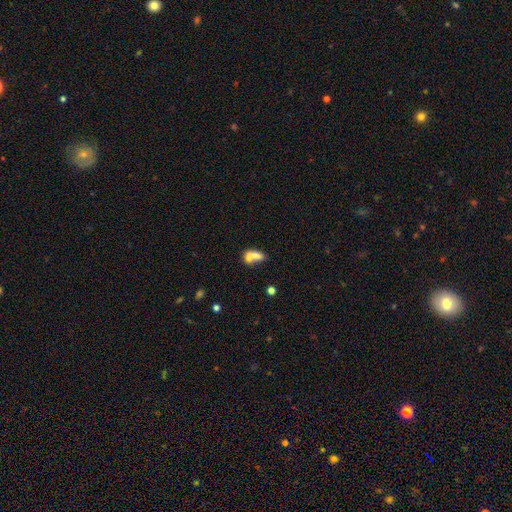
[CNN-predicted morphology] Smooth or featured: smooth — 70% (featured or disk — 21%)
How rounded: in between — 76% (round — 13%)
Merging: merger — 62% (none — 21%)